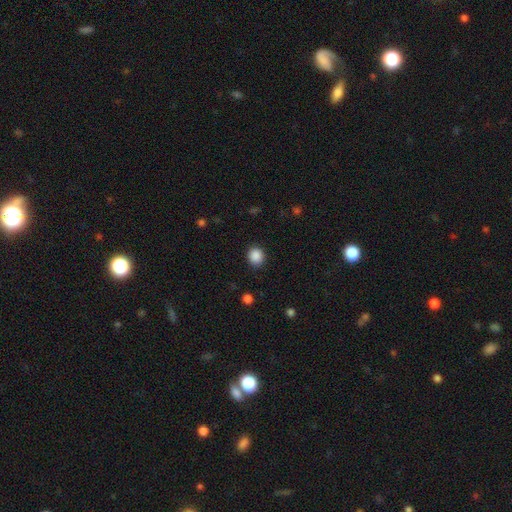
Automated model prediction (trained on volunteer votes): This is clearly a smooth galaxy (88%). How rounded: clearly round (83%). Merging: clearly none (89%).